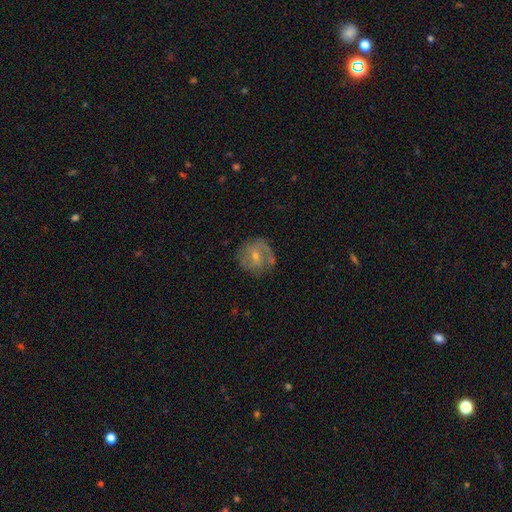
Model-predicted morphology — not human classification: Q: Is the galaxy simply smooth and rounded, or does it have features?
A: featured or disk — 63%.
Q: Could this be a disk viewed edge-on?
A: no — 97%.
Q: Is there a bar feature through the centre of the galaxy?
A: weak — 50%.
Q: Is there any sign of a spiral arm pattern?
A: yes — 81%.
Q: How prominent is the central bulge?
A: small — 63%.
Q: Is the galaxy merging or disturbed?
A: none — 66%.